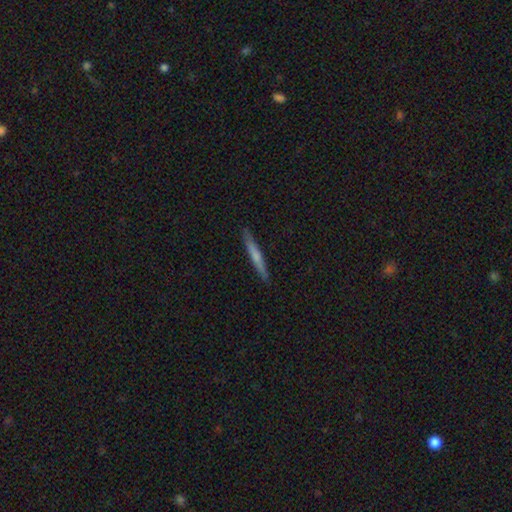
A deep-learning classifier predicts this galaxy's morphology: Overall: smooth (59%; featured or disk 35%). How rounded: cigar-shaped (95%). Merging: none (89%).